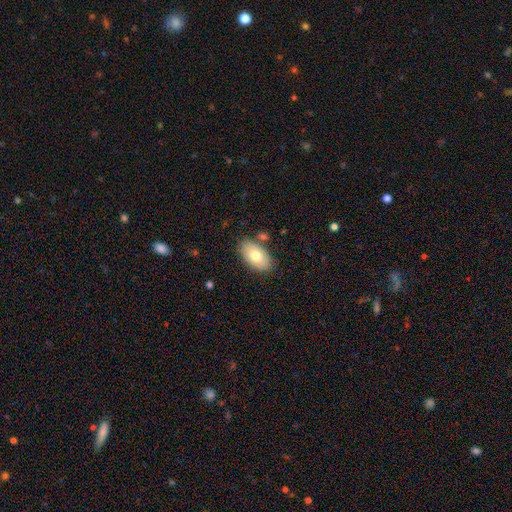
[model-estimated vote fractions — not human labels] A smooth galaxy with no disk features (74%) that is in between round and cigar-shaped (94%).

Vote fractions:
- Smooth or featured? smooth: 74% / featured or disk: 19% / star or artifact: 7%
- How rounded? in between: 94% / round: 5% / cigar-shaped: 2%
- Merging? none: 79% / minor disturbance: 12% / merger: 6% / major disturbance: 3%